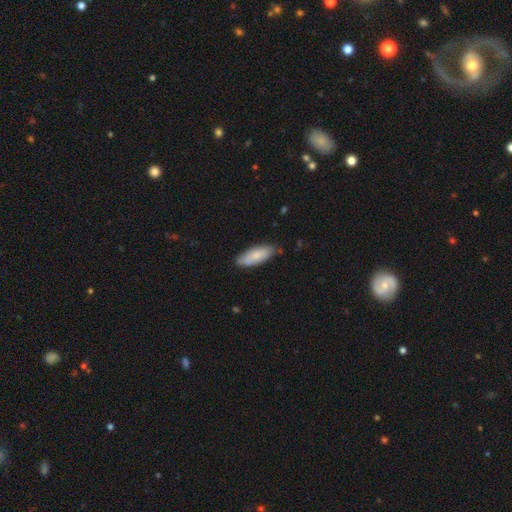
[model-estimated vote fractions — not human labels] Smooth or featured?
  - smooth: 77% *
  - featured or disk: 18%
  - star or artifact: 6%
How rounded?
  - in between: 71% *
  - cigar-shaped: 27%
  - round: 2%
Merging?
  - none: 77% *
  - minor disturbance: 18%
  - major disturbance: 3%
  - merger: 2%